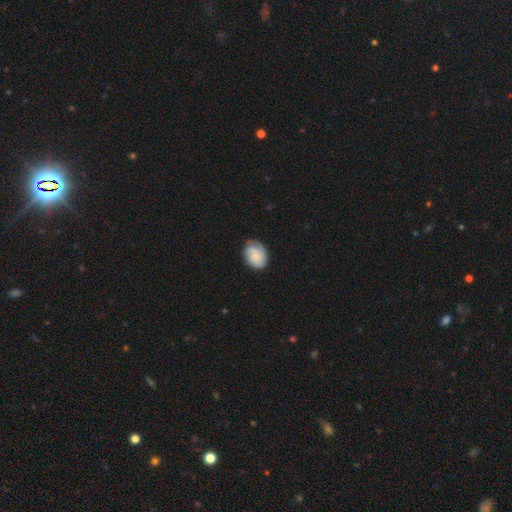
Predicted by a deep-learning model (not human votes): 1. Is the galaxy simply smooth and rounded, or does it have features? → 48% smooth, 45% featured or disk, 7% star or artifact.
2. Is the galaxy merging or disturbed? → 74% none, 19% minor disturbance, 6% major disturbance, 1% merger.